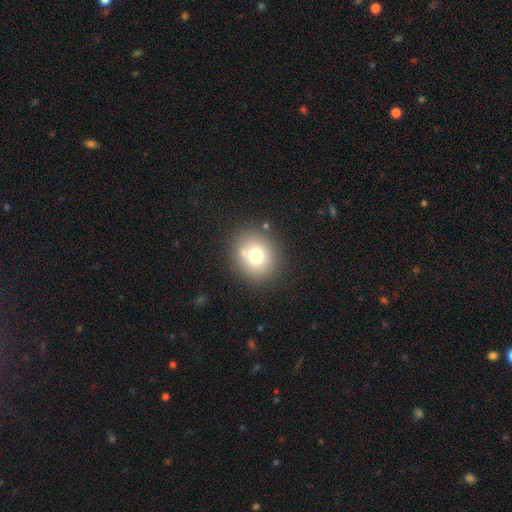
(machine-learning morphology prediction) type=smooth (72%); roundness=round (81%); merging=none (79%).